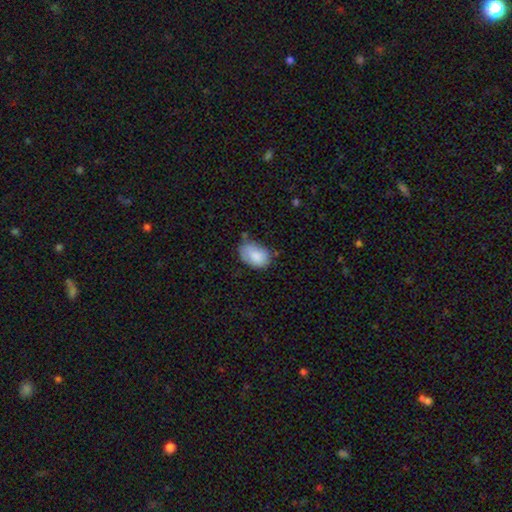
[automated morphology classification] This appears to be a smooth galaxy with no disk features (83%) that is in between round and cigar-shaped (86%). Merging: none (59%).